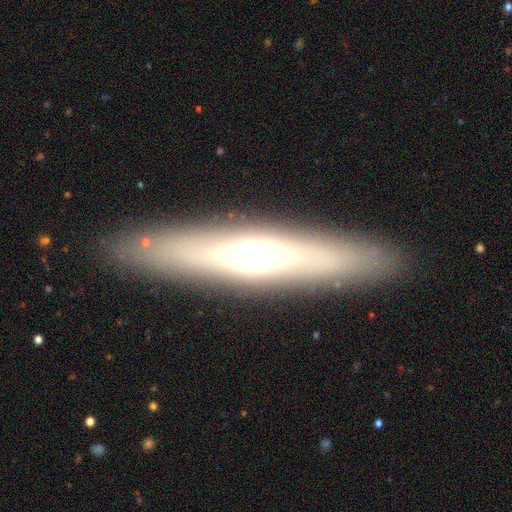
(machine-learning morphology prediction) This appears to be a featured or disk galaxy (58%) viewed edge-on (81%). Merging: none (89%).